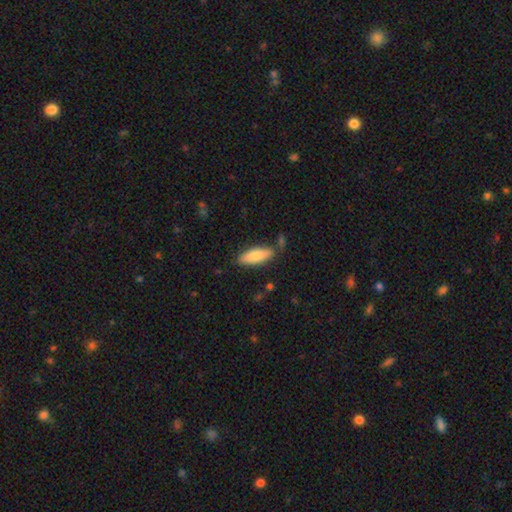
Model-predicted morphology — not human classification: smooth_or_featured: smooth (p=0.82) [alt: featured or disk p=0.12]
how_rounded: in between (p=0.61) [alt: cigar-shaped p=0.37]
merging: none (p=0.78) [alt: minor disturbance p=0.14]